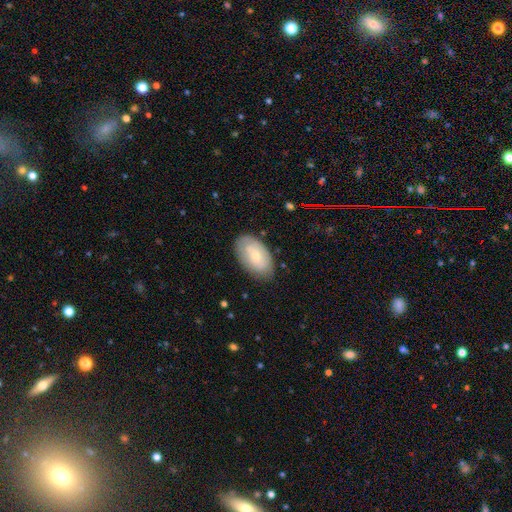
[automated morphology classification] Smooth or featured? smooth (65%)
How rounded? in between (93%)
Merging? none (77%)